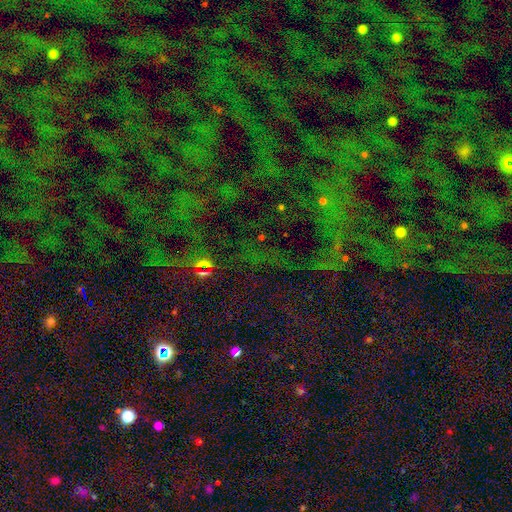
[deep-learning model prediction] A star or artifact, not a galaxy (76%).